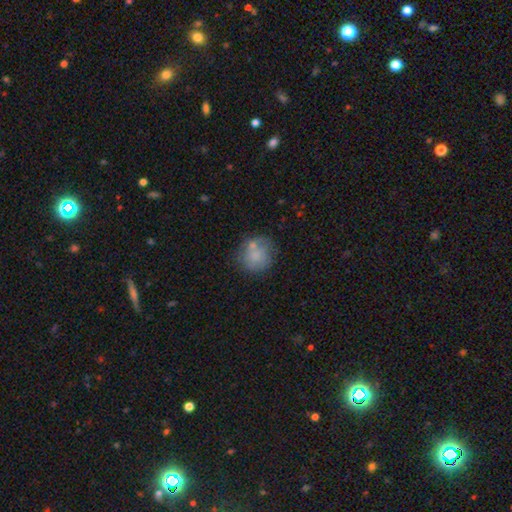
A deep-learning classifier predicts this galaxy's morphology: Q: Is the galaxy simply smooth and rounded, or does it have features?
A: smooth — 67%.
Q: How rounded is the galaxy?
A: round — 83%.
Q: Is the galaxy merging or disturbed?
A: none — 56%.